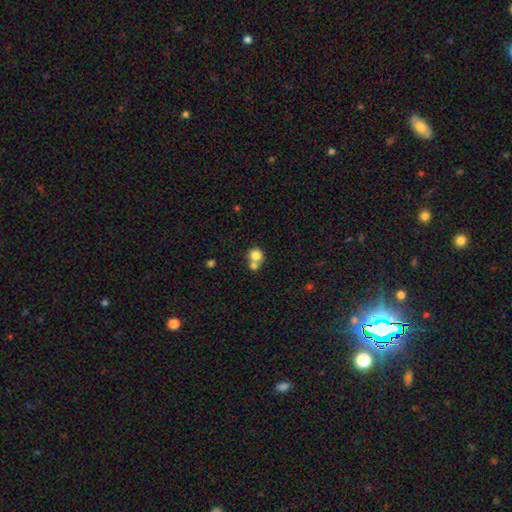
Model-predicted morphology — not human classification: This is likely a smooth galaxy (79%). How rounded: clearly round (84%). Merging: possibly merger (51%).